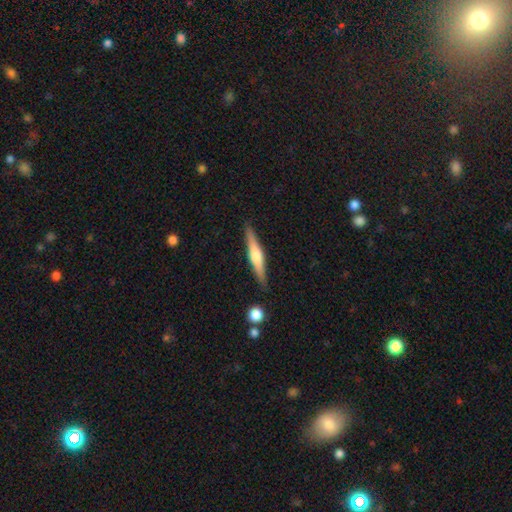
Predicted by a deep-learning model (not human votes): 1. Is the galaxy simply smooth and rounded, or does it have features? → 61% featured or disk, 34% smooth, 6% star or artifact.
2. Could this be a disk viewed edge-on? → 97% yes, 3% no.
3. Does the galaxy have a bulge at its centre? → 84% rounded, 10% boxy, 6% none.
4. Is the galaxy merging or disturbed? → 89% none, 8% minor disturbance, 2% merger, 2% major disturbance.